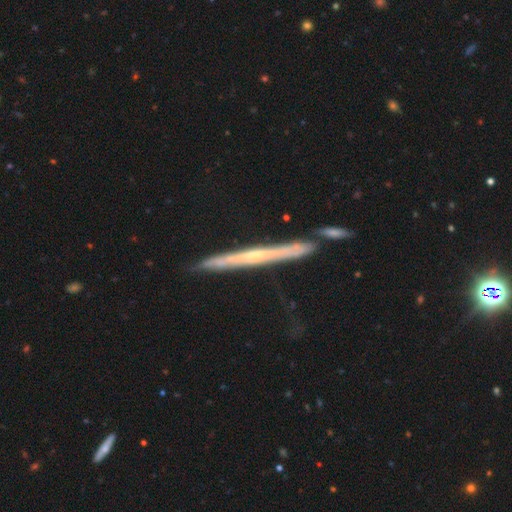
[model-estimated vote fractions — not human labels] smooth-or-featured: featured or disk: 68% | smooth: 26% | star or artifact: 6%
  disk-edge-on: yes: 95% | no: 5%
    edge-on-bulge: none: 74% | rounded: 21% | boxy: 5%
  merging: none: 72% | minor disturbance: 13% | merger: 12% | major disturbance: 3%